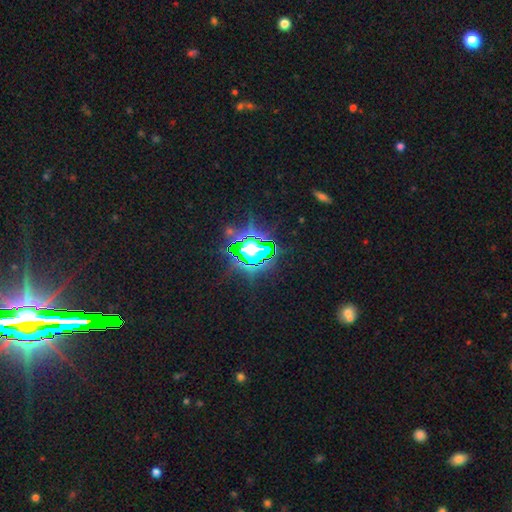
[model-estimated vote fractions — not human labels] The model was most divided on "smooth or featured": star or artifact: 77%, smooth: 12%, featured or disk: 11%.